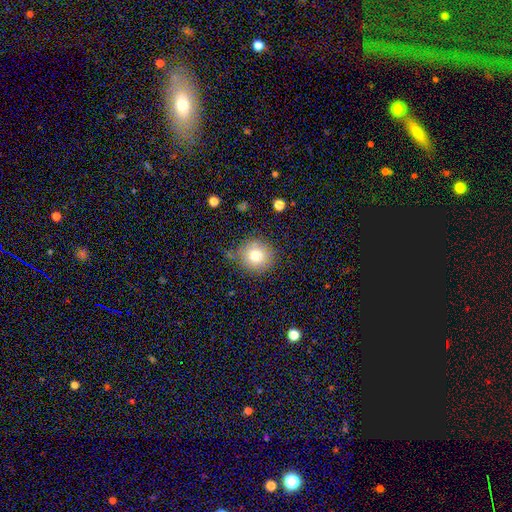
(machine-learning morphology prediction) Smooth or featured? Predicted: smooth (p=0.77). How rounded? Predicted: round (p=0.90). Merging? Predicted: none (p=0.75).